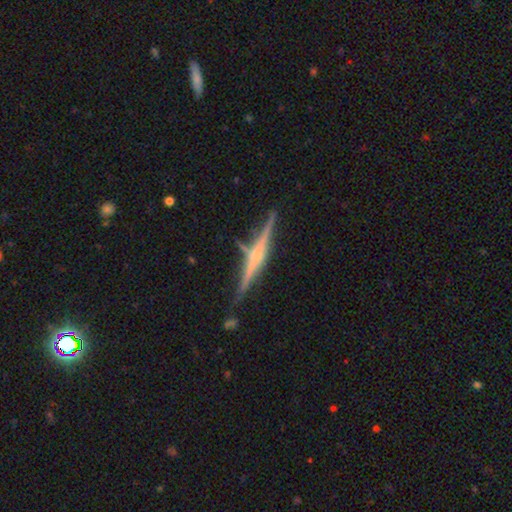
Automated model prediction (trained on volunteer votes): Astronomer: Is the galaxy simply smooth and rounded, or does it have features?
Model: featured or disk — 78%.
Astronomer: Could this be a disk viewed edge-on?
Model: yes — 98%.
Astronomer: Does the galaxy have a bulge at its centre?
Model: rounded — 67%.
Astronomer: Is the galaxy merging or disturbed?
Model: none — 83%.